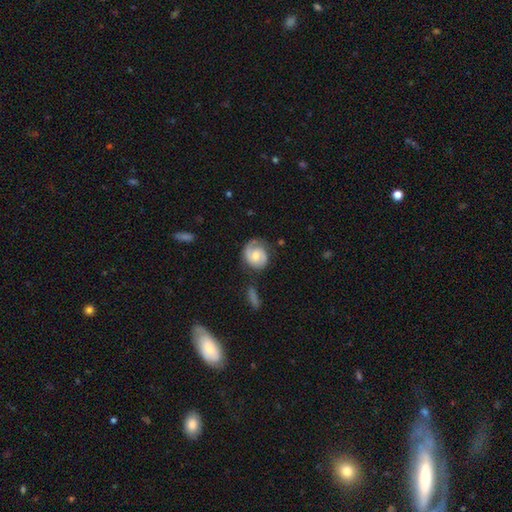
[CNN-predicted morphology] This appears to be a featured or disk galaxy (77%) with no bar (57%), 2 (66%) tight (44%) spiral arms (94%) and a moderate central bulge (64%). Merging: none (68%).